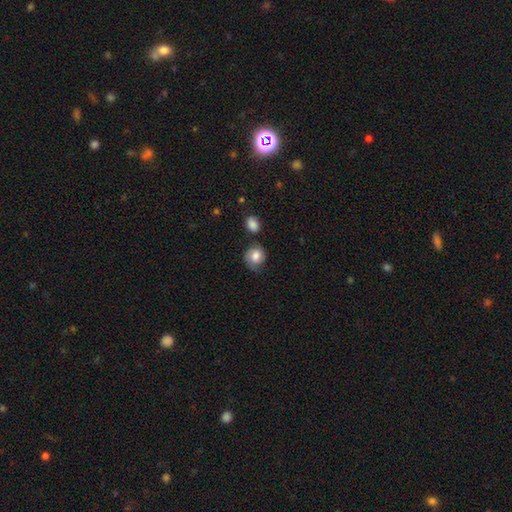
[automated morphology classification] A smooth galaxy with no disk features (75%) that is round (76%).

Vote fractions:
- Smooth or featured? smooth: 75% / featured or disk: 17% / star or artifact: 8%
- How rounded? round: 76% / in between: 23% / cigar-shaped: 1%
- Merging? none: 61% / minor disturbance: 25% / major disturbance: 8% / merger: 7%